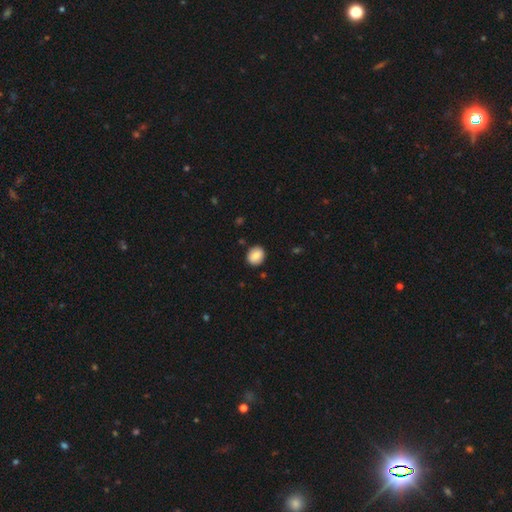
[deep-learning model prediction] smooth_or_featured: smooth (p=0.84) [alt: featured or disk p=0.08]
how_rounded: round (p=0.66) [alt: in between p=0.33]
merging: none (p=0.88) [alt: minor disturbance p=0.08]